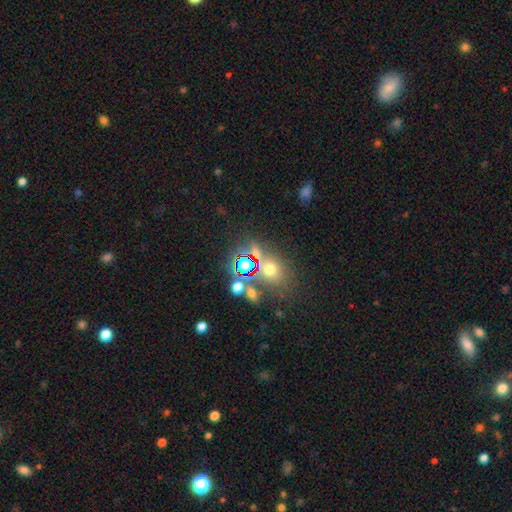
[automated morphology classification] smooth 45% (tied), star or artifact 45% (tied), featured or disk 11%. Down the decision tree: merging — none (65%).